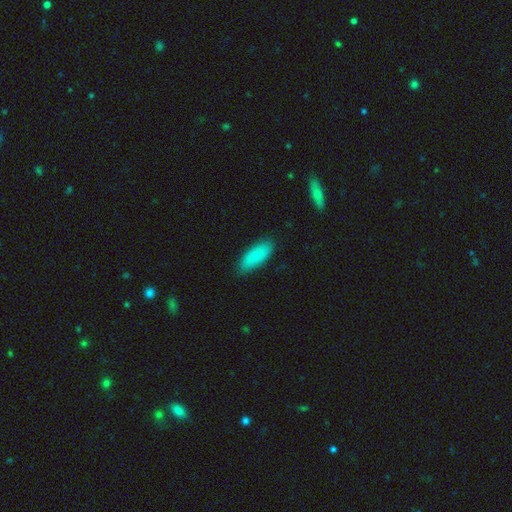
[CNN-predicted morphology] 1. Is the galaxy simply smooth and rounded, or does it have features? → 85% smooth, 9% featured or disk, 6% star or artifact.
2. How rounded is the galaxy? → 76% in between, 22% cigar-shaped, 2% round.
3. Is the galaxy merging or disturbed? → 83% none, 13% minor disturbance, 2% major disturbance, 1% merger.